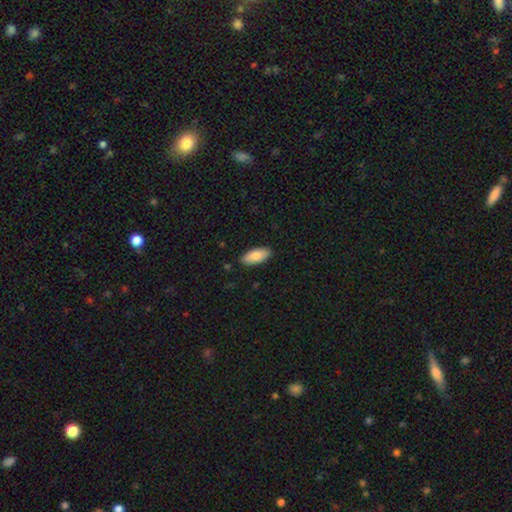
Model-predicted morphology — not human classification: A smooth galaxy with no disk features (86%) that is in between round and cigar-shaped (88%). Merging: none (88%).